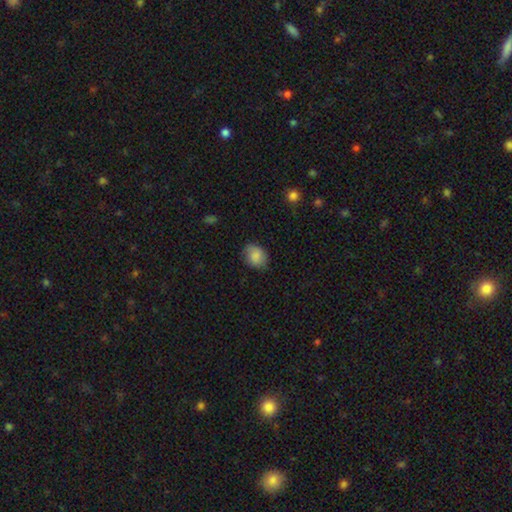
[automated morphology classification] Q: Smooth or featured?
A: smooth (83%); runner-up: featured or disk (9%)
Q: How rounded?
A: in between (53%); runner-up: round (46%)
Q: Merging?
A: none (72%); runner-up: minor disturbance (22%)